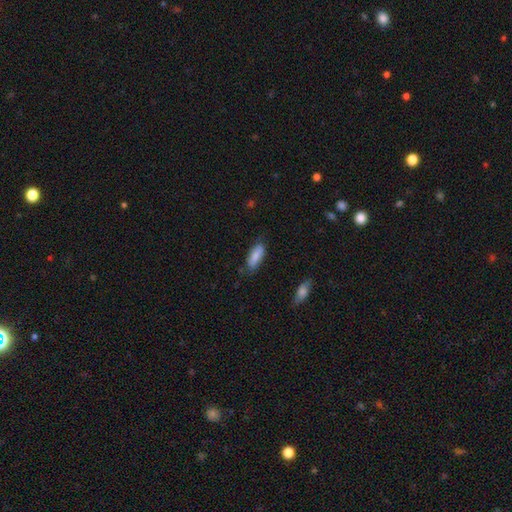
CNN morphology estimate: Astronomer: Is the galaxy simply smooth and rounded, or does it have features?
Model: smooth — 82%.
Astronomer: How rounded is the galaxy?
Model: in between — 71%.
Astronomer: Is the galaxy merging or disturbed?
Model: none — 74%.